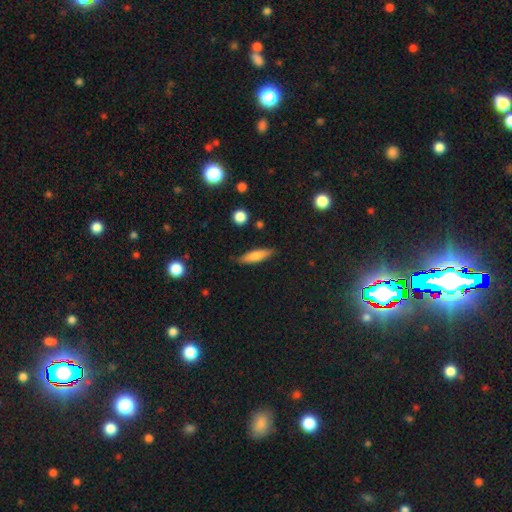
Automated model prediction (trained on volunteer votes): A smooth galaxy with no disk features (71%) that is cigar-shaped (64%).

Vote fractions:
- Smooth or featured? smooth: 71% / featured or disk: 22% / star or artifact: 7%
- How rounded? cigar-shaped: 64% / in between: 34% / round: 2%
- Merging? none: 83% / minor disturbance: 13% / major disturbance: 2% / merger: 2%